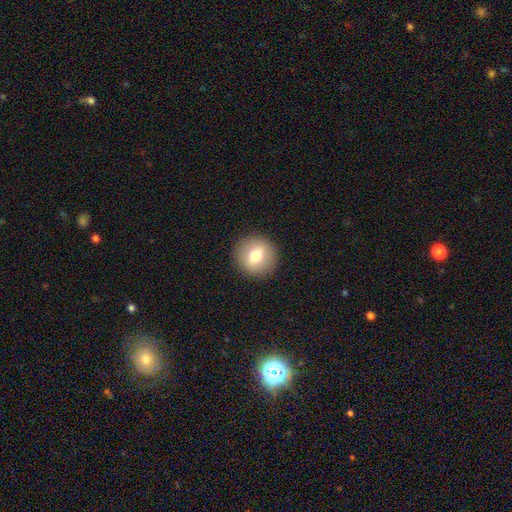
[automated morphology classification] This appears to be a smooth galaxy with no disk features (70%) that is round (91%). Merging: none (91%).